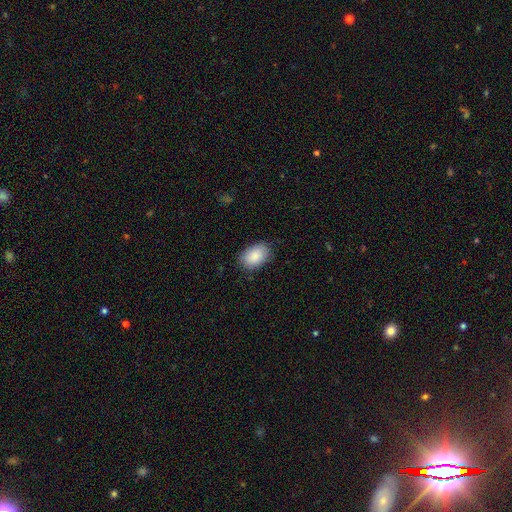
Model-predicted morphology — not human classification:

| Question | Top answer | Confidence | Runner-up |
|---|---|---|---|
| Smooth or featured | smooth | 88% | star or artifact (6%) |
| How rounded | in between | 89% | round (10%) |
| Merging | none | 82% | minor disturbance (14%) |